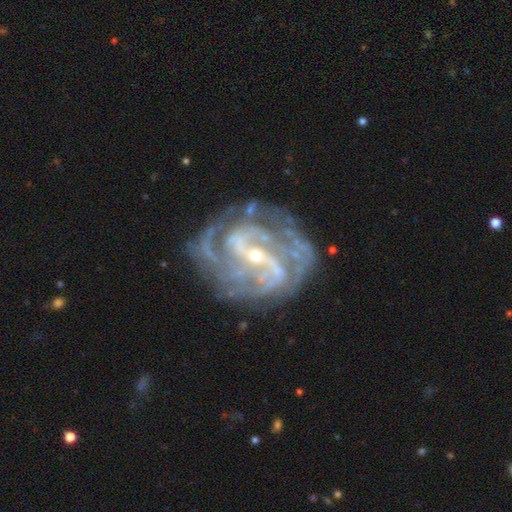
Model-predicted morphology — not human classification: Smooth or featured? Predicted: featured or disk (p=0.91). Edge-on disk? Predicted: no (p=0.97). Bar? Predicted: strong (p=0.46). Spiral arms? Predicted: yes (p=0.97). Spiral winding? Predicted: tight (p=0.49). Spiral arm count? Predicted: 2 (p=0.31). Bulge size? Predicted: small (p=0.76). Merging? Predicted: none (p=0.69).